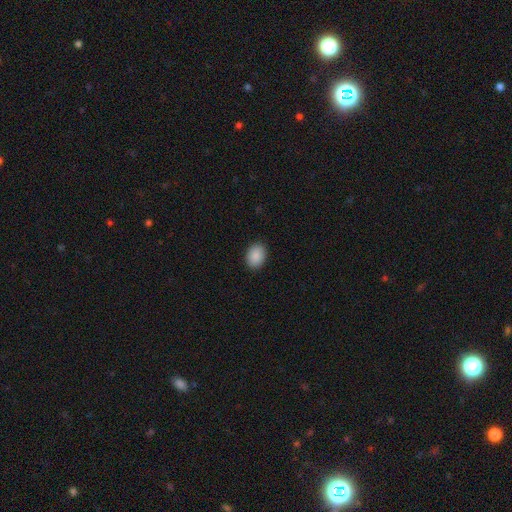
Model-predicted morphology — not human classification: Smooth or featured? smooth (90%)
How rounded? in between (74%)
Merging? none (90%)